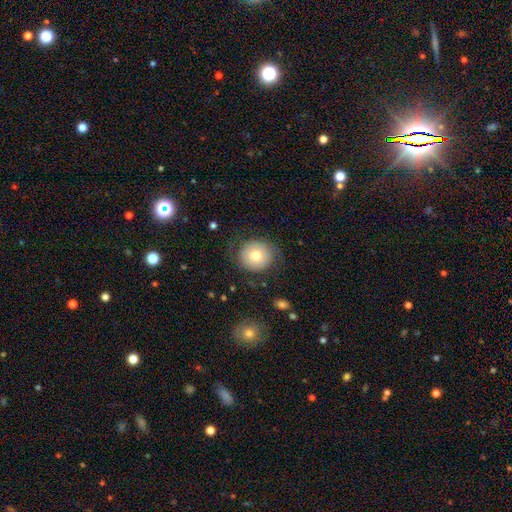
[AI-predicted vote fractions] A smooth galaxy with no disk features (68%) that is round (84%).

Vote fractions:
- Smooth or featured? smooth: 68% / featured or disk: 23% / star or artifact: 9%
- How rounded? round: 84% / in between: 15% / cigar-shaped: 1%
- Merging? none: 76% / minor disturbance: 15% / major disturbance: 8% / merger: 1%